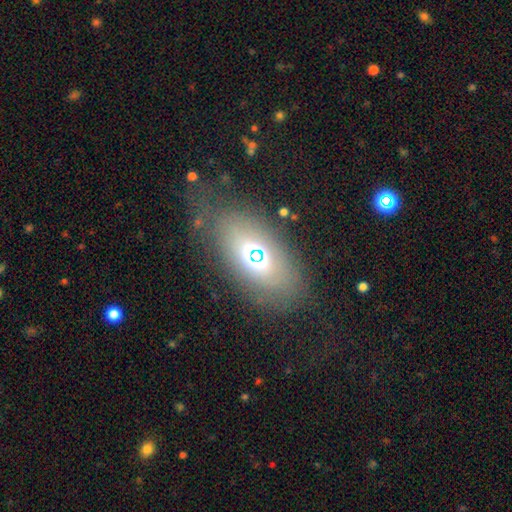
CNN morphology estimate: Smooth or featured: smooth — 48% (featured or disk — 29%)
Merging: none — 77% (minor disturbance — 13%)